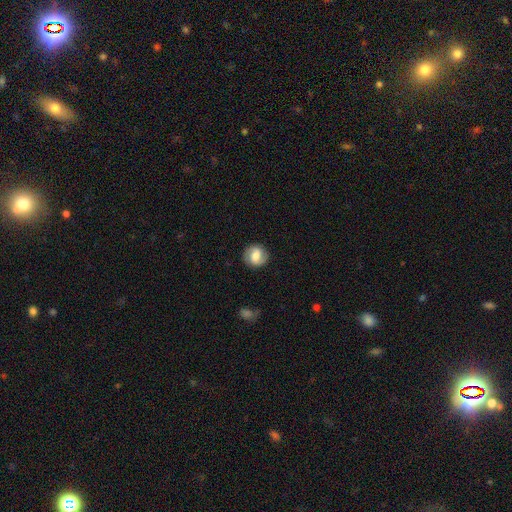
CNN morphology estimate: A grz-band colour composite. It shows a featured or disk galaxy (49%). Merging: none (83%).